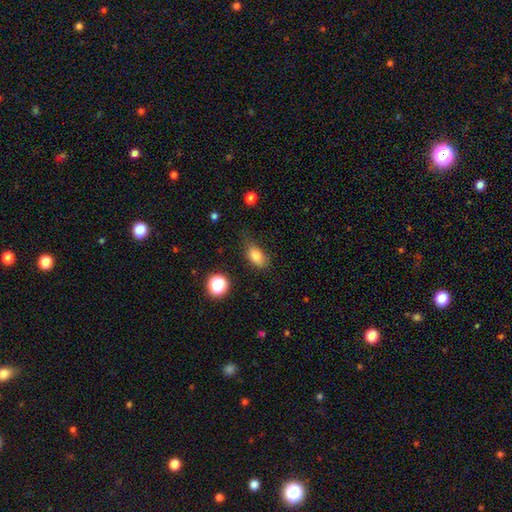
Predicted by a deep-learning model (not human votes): A smooth galaxy with no disk features (81%) that is in between round and cigar-shaped (83%). Merging: none (60%).